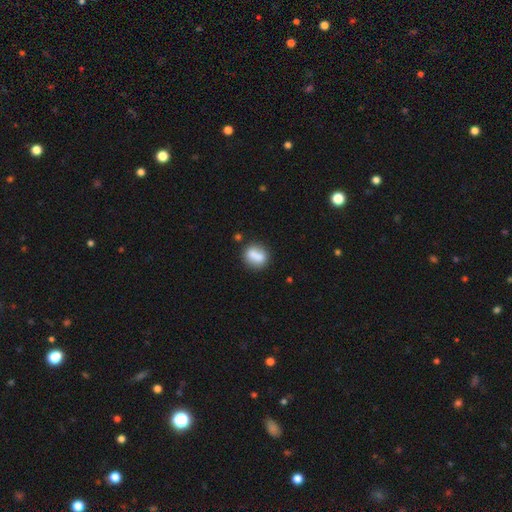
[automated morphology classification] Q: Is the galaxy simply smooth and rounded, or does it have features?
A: smooth — 76%.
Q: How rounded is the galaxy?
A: round — 48%.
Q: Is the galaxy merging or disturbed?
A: none — 61%.